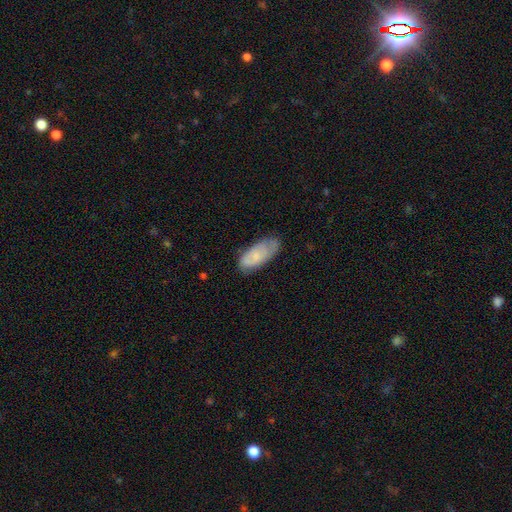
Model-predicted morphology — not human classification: smooth 65%, featured or disk 28%, star or artifact 6%. Down the decision tree: how rounded — in between (85%); merging — none (67%).